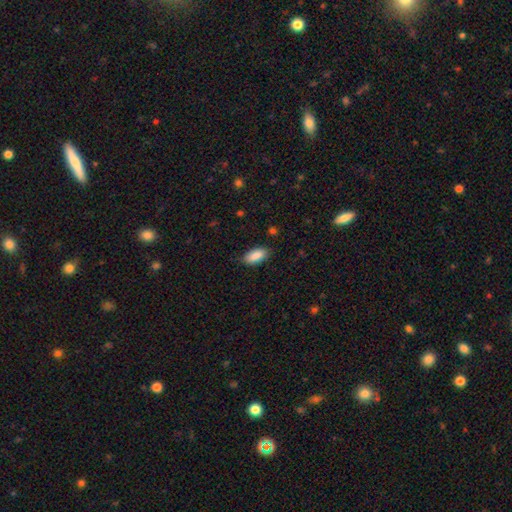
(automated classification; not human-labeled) This appears to be a smooth galaxy with no disk features (89%) that is in between round and cigar-shaped (90%). Merging: none (85%).